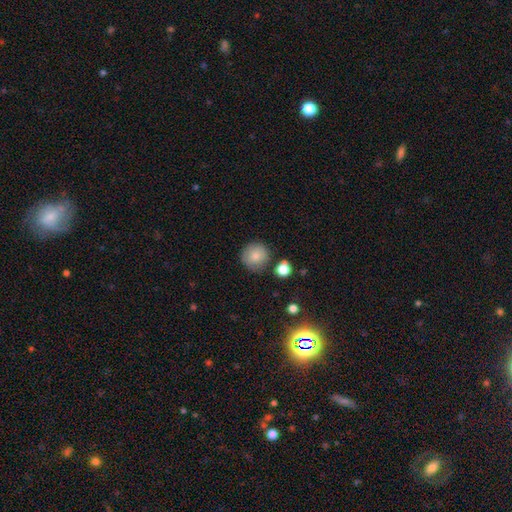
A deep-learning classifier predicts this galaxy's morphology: A smooth galaxy with no disk features (83%) that is round (94%).

Vote fractions:
- Smooth or featured? smooth: 83% / featured or disk: 9% / star or artifact: 8%
- How rounded? round: 94% / in between: 5% / cigar-shaped: 1%
- Merging? none: 81% / minor disturbance: 11% / merger: 5% / major disturbance: 3%